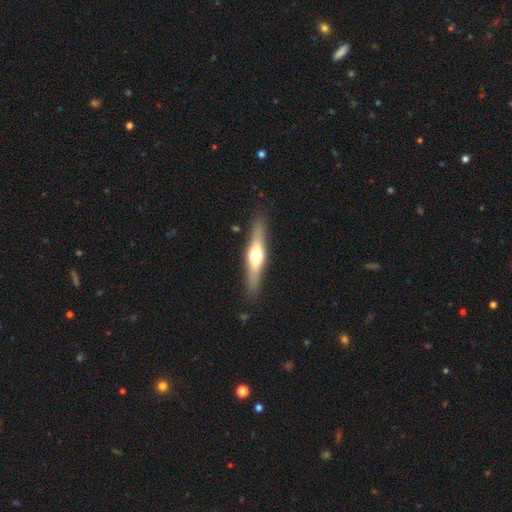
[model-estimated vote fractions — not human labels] Smooth or featured: featured or disk — 61% (smooth — 33%)
Edge-on disk: yes — 94% (no — 6%)
Edge-on bulge: rounded — 92% (boxy — 6%)
Merging: none — 87% (minor disturbance — 9%)